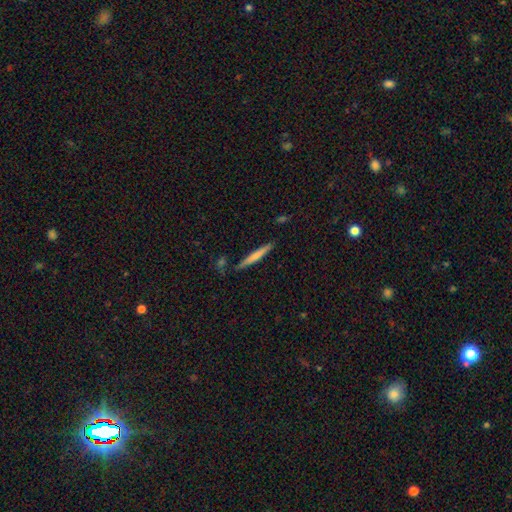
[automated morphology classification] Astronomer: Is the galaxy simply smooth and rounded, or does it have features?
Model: smooth — 63%.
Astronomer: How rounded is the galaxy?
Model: cigar-shaped — 95%.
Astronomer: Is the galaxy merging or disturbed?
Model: none — 84%.